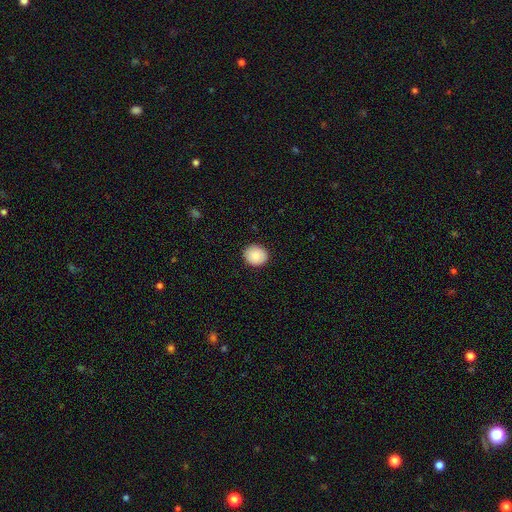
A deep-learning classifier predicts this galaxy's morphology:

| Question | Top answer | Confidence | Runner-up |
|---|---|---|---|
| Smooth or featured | smooth | 87% | star or artifact (7%) |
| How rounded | round | 70% | in between (29%) |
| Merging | none | 90% | minor disturbance (8%) |